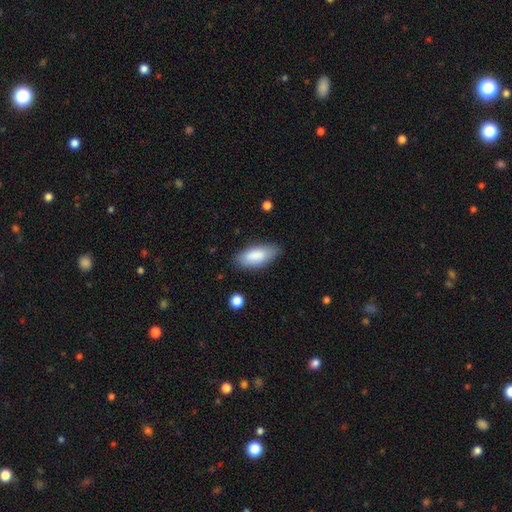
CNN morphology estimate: type=smooth (86%); roundness=in between (84%); merging=none (81%).